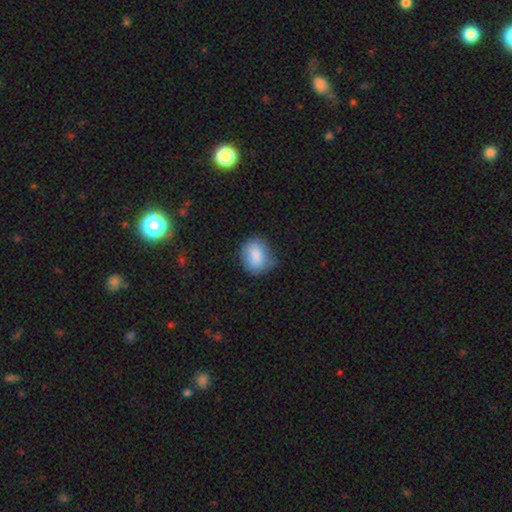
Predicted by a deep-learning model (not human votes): smooth 85%, featured or disk 7%, star or artifact 7%. Down the decision tree: how rounded — round (61%); merging — none (62%).